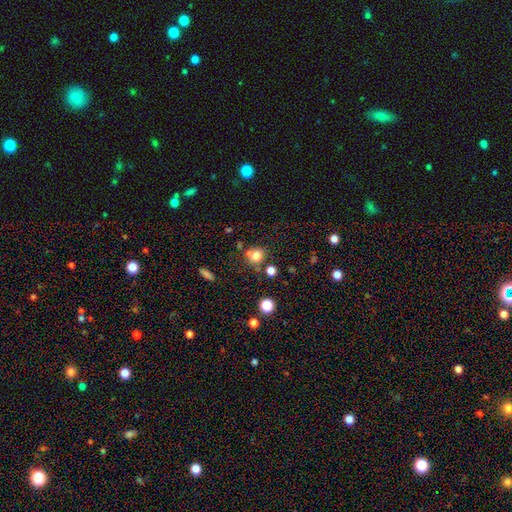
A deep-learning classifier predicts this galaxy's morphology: Smooth or featured? Predicted: smooth (p=0.76). How rounded? Predicted: round (p=0.83). Merging? Predicted: none (p=0.59).